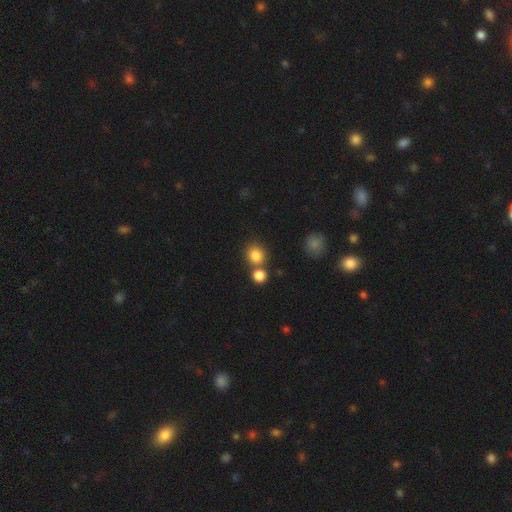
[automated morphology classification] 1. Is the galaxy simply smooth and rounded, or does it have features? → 83% smooth, 11% star or artifact, 6% featured or disk.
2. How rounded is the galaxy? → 79% round, 20% in between, 1% cigar-shaped.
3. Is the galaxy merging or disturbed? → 59% none, 29% merger, 8% minor disturbance, 3% major disturbance.